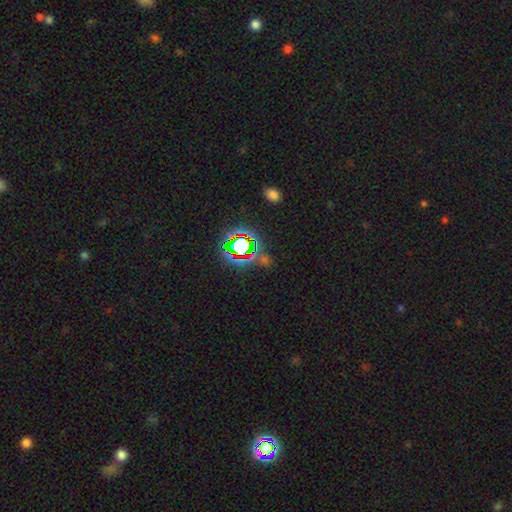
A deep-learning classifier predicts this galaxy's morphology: star or artifact 76%, smooth 15%, featured or disk 9%.